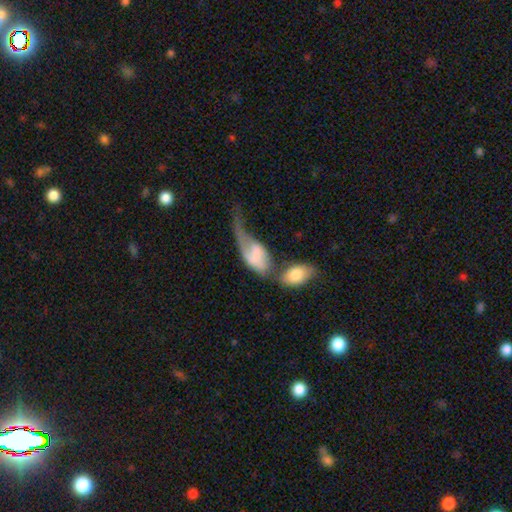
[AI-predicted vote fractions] A smooth galaxy with no disk features (52%) that is in between round and cigar-shaped (88%). Merging: merger (41%).